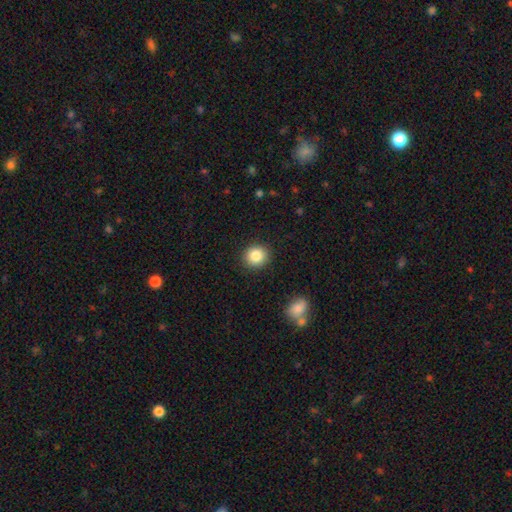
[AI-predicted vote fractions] Smooth or featured: smooth — 85% (star or artifact — 9%)
How rounded: round — 84% (in between — 15%)
Merging: none — 91% (minor disturbance — 6%)